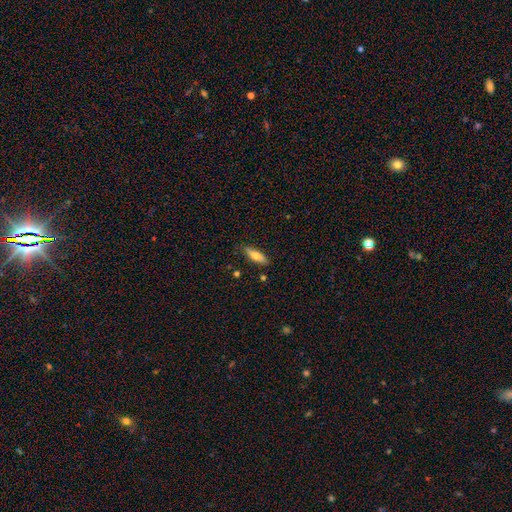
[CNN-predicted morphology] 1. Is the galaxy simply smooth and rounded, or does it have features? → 70% smooth, 23% featured or disk, 6% star or artifact.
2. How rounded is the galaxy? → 59% in between, 39% cigar-shaped, 2% round.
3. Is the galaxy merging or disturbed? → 81% none, 15% minor disturbance, 2% major disturbance, 2% merger.